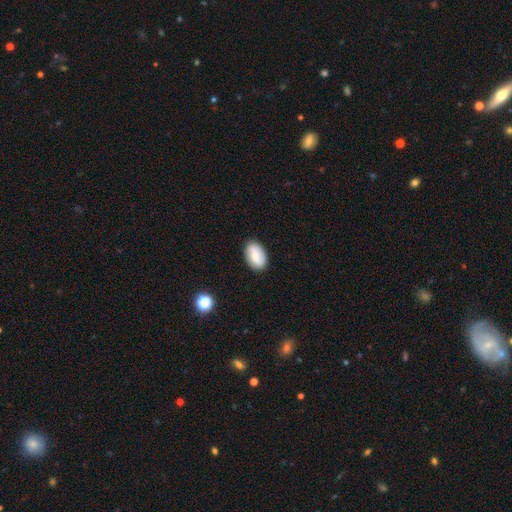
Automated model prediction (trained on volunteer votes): Q: Smooth or featured?
A: smooth (59%); runner-up: featured or disk (33%)
Q: How rounded?
A: in between (90%); runner-up: round (8%)
Q: Merging?
A: none (86%); runner-up: minor disturbance (10%)